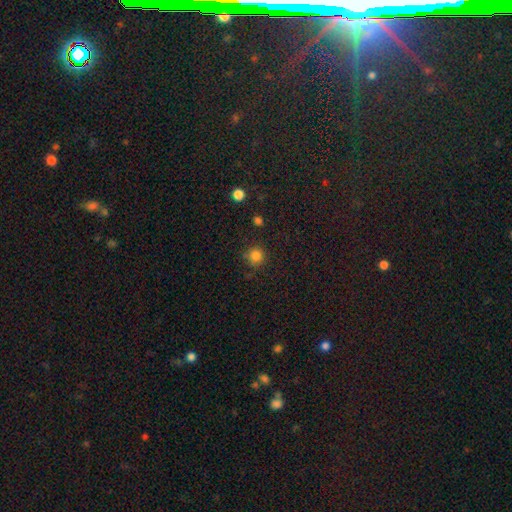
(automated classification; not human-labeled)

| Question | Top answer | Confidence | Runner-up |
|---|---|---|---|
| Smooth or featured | smooth | 83% | star or artifact (13%) |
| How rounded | round | 93% | in between (6%) |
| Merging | none | 83% | minor disturbance (11%) |